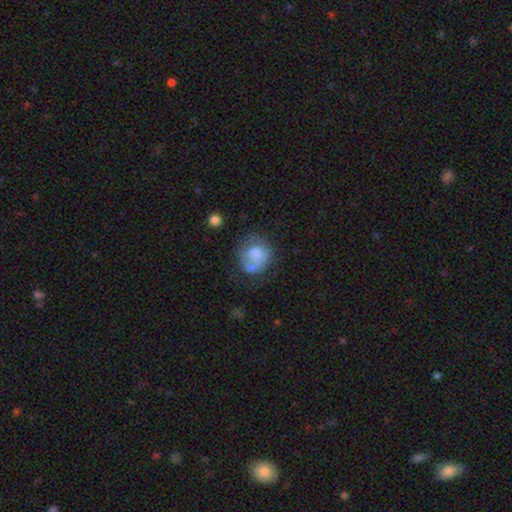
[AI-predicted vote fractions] smooth-or-featured: smooth: 62% | featured or disk: 30% | star or artifact: 8%
  how-rounded: round: 76% | in between: 24% | cigar-shaped: 1%
  merging: none: 44% | minor disturbance: 24% | major disturbance: 21% | merger: 10%